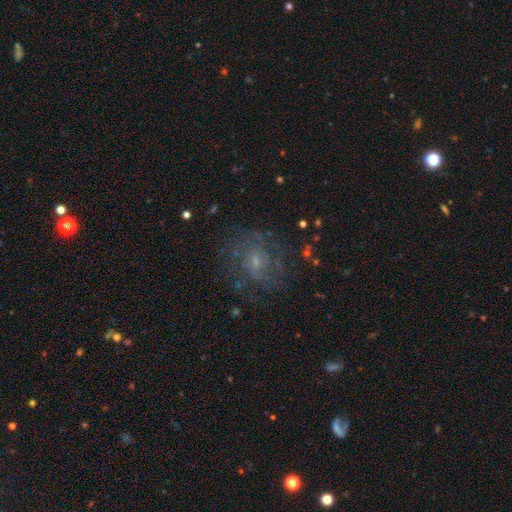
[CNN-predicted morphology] A featured or disk galaxy (49%). Merging: none (73%).